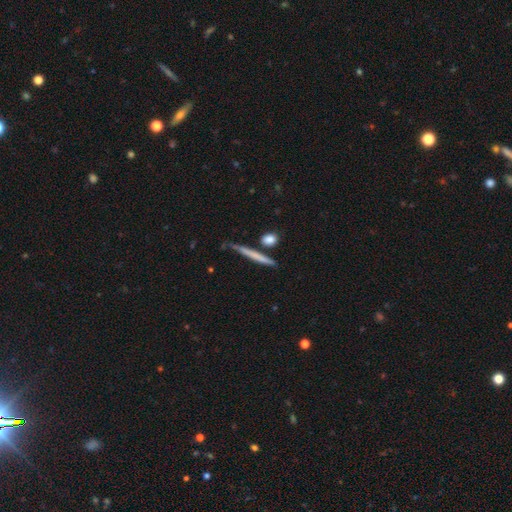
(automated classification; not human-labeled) Smooth or featured? Predicted: smooth (p=0.58). How rounded? Predicted: cigar-shaped (p=0.93). Merging? Predicted: none (p=0.77).